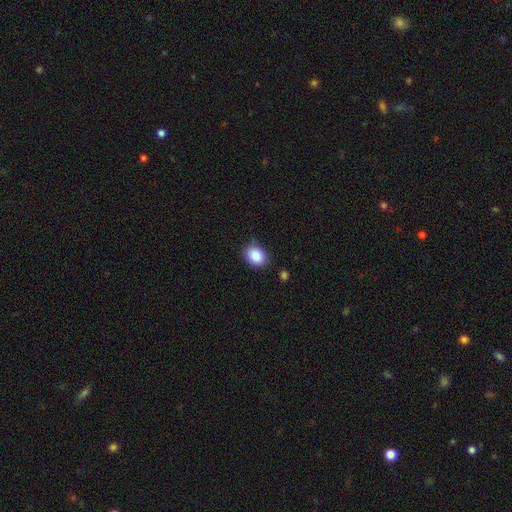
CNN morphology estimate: type=smooth (86%); roundness=in between (54%); merging=none (78%).